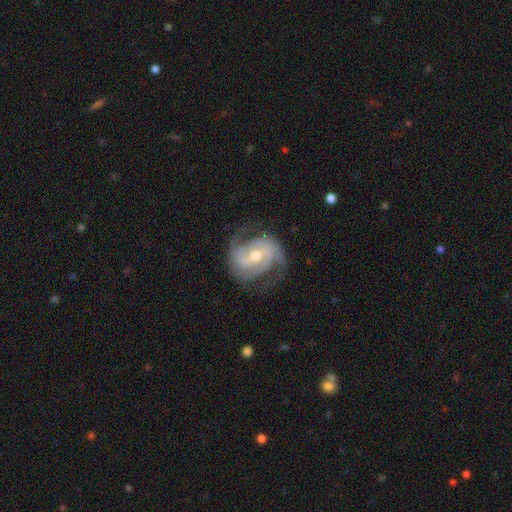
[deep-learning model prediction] smooth-or-featured: featured or disk: 89% | smooth: 6% | star or artifact: 5%
  disk-edge-on: no: 97% | yes: 3%
    bar: weak: 43% | no: 28% | strong: 28%
    has-spiral-arms: yes: 97% | no: 3%
      spiral-winding: medium: 46% | tight: 41% | loose: 14%
      spiral-arm-count: 2: 58% | 3: 23% | can't tell: 9% | 4: 4% | 1: 3% | more than 4: 3%
    bulge-size: moderate: 60% | small: 36% | large: 2% | none: 1% | dominant: 1%
  merging: none: 71% | minor disturbance: 18% | major disturbance: 10% | merger: 1%